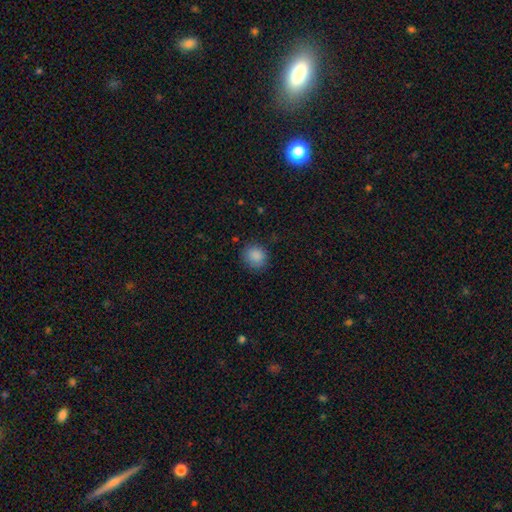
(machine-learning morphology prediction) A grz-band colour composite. It shows a smooth galaxy with no disk features (88%) that is round (81%). Merging: none (84%).